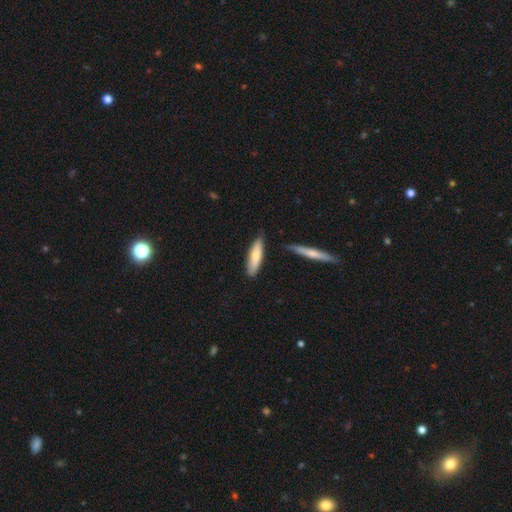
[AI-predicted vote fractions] Smooth or featured? Predicted: smooth (p=0.70). How rounded? Predicted: cigar-shaped (p=0.66). Merging? Predicted: none (p=0.78).